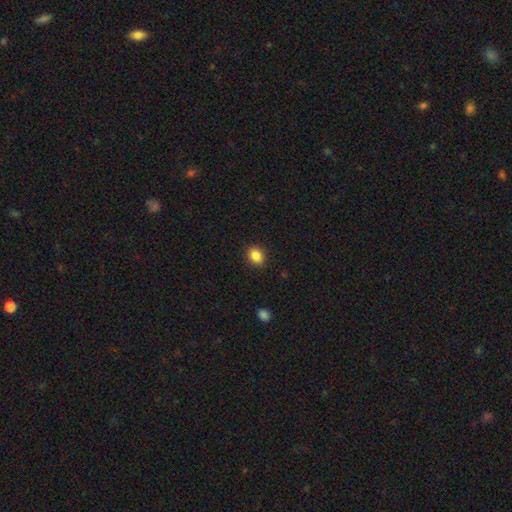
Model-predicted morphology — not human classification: The model was most divided on "how rounded": in between: 54%, round: 45%, cigar-shaped: 1%. More confident: merging — none (90%); smooth or featured — smooth (87%).